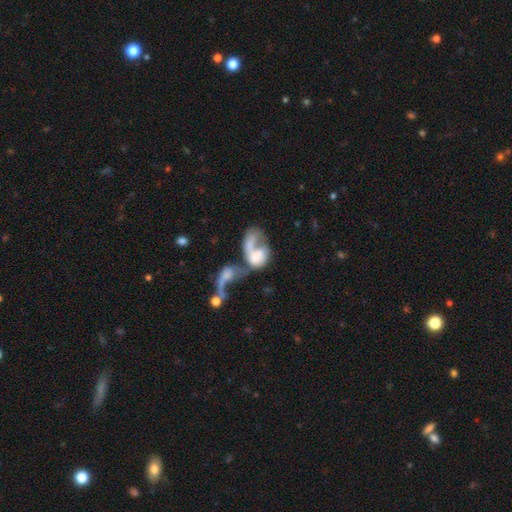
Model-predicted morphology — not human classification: Smooth or featured? featured or disk (49%)
Merging? merger (73%)